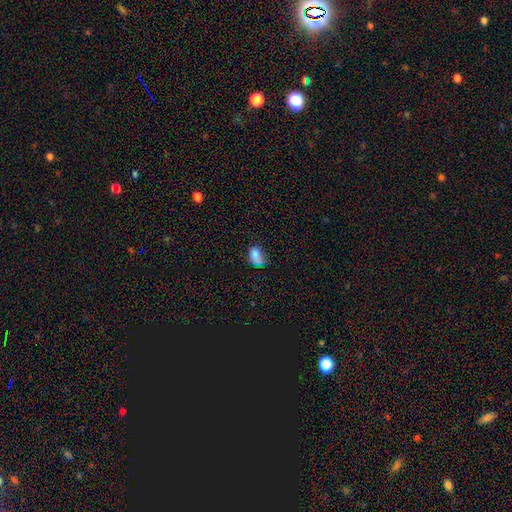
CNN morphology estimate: smooth_or_featured: smooth (p=0.77) [alt: featured or disk p=0.12]
how_rounded: in between (p=0.86) [alt: round p=0.12]
merging: minor disturbance (p=0.34) [alt: none p=0.33]